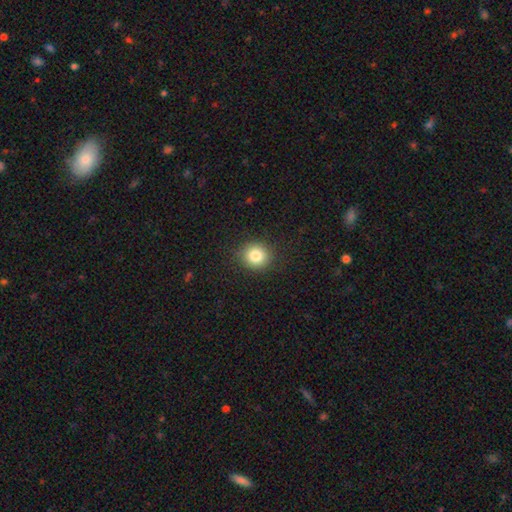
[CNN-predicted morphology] smooth-or-featured: smooth: 83% | star or artifact: 11% | featured or disk: 7%
  how-rounded: round: 88% | in between: 12% | cigar-shaped: 1%
  merging: none: 89% | minor disturbance: 7% | major disturbance: 3% | merger: 1%